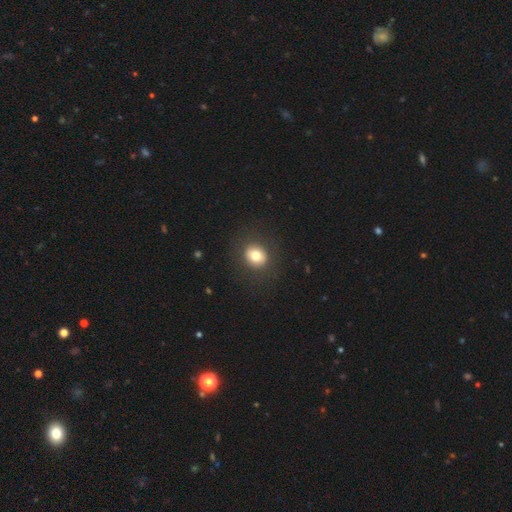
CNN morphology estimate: Smooth or featured: smooth — 77% (featured or disk — 13%)
How rounded: round — 72% (in between — 28%)
Merging: none — 87% (minor disturbance — 8%)